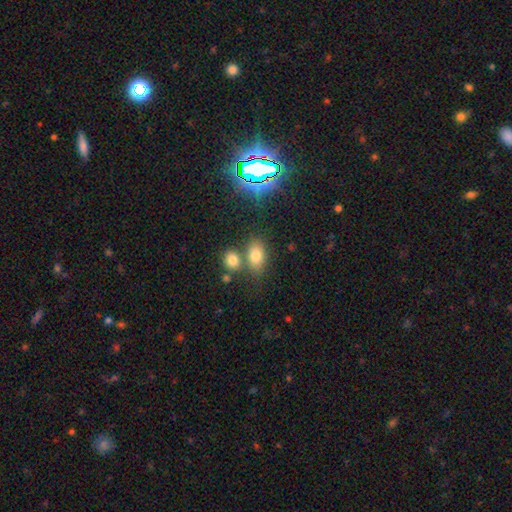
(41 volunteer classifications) Smooth or featured: smooth — 78% (featured or disk — 17%)
How rounded: in between — 78% (round — 22%)
Merging: none — 46% (merger — 28%)